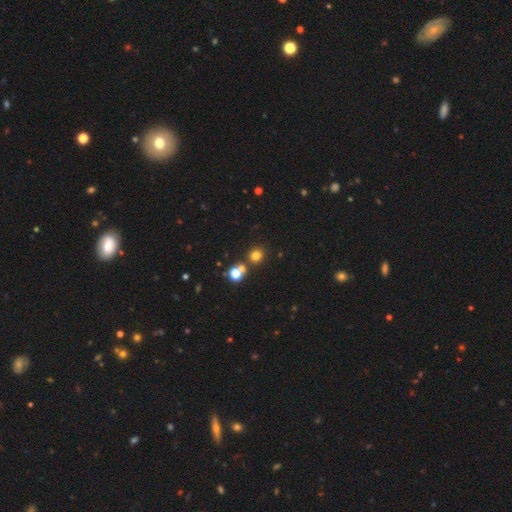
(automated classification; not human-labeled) Smooth or featured? Predicted: smooth (p=0.74). How rounded? Predicted: round (p=0.88). Merging? Predicted: none (p=0.73).